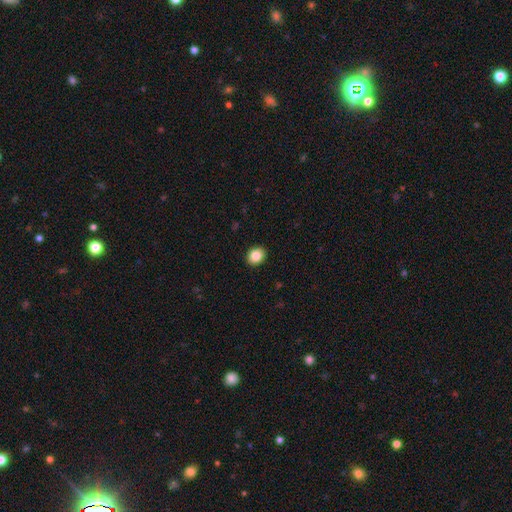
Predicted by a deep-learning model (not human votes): A smooth galaxy with no disk features (86%) that is round (57%). Merging: none (92%).